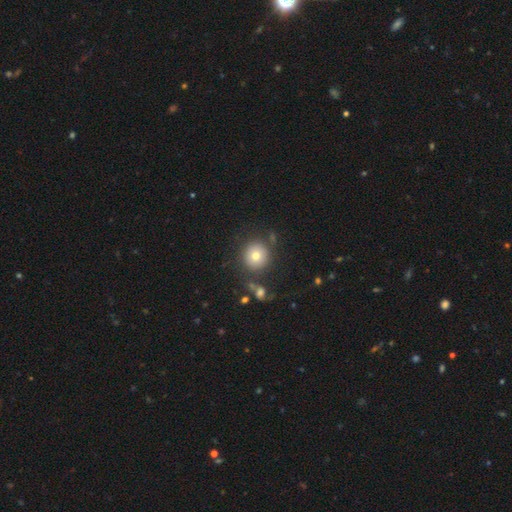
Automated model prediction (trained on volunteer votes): Smooth or featured? smooth (75%)
How rounded? round (93%)
Merging? none (80%)